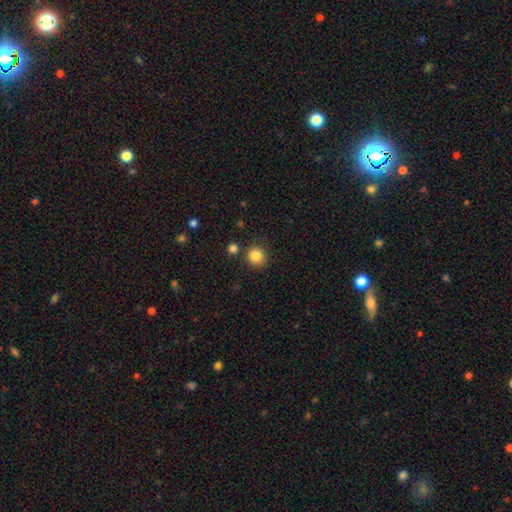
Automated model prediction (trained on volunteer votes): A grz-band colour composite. It shows a smooth galaxy with no disk features (85%) that is round (91%). Merging: none (85%).